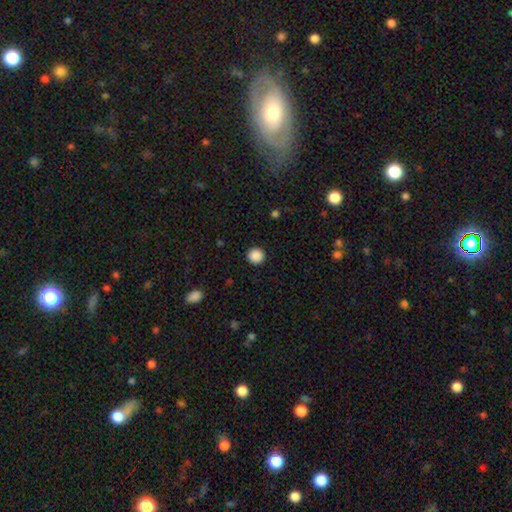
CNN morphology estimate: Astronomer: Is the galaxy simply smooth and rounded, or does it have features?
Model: smooth — 88%.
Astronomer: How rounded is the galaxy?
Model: round — 94%.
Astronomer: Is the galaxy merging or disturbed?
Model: none — 93%.